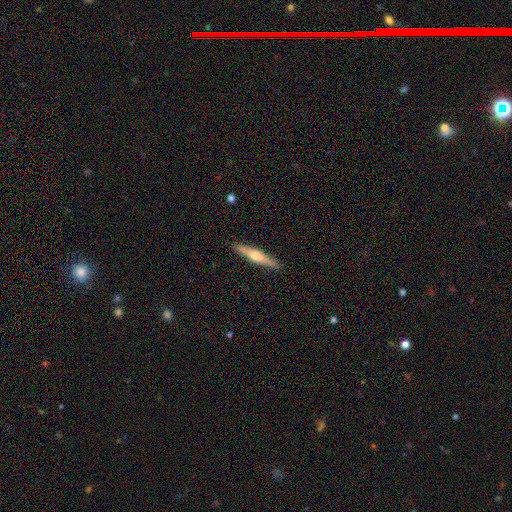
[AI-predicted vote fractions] Morphology: type=featured or disk (59%); edge-on=yes (97%); edge-on bulge=rounded (90%); merging=none (92%).